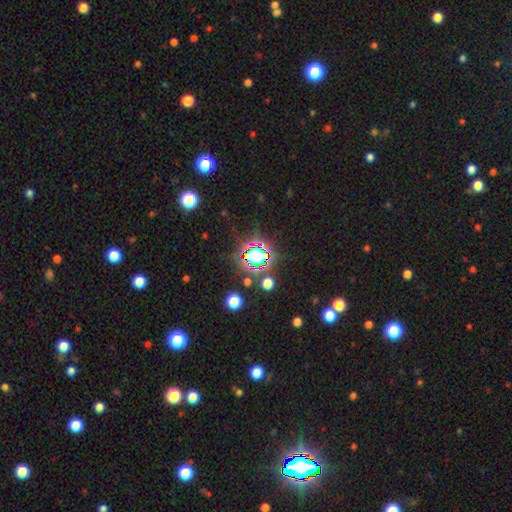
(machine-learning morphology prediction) This appears to be a star or artifact, not a galaxy (65%).